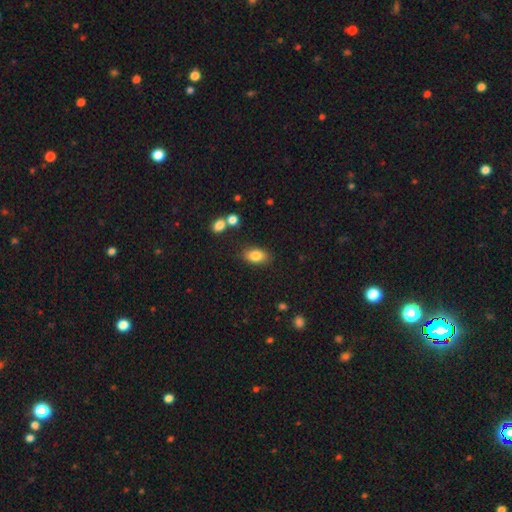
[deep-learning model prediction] Overall: smooth (83%). How rounded: in between (89%). Merging: none (82%).